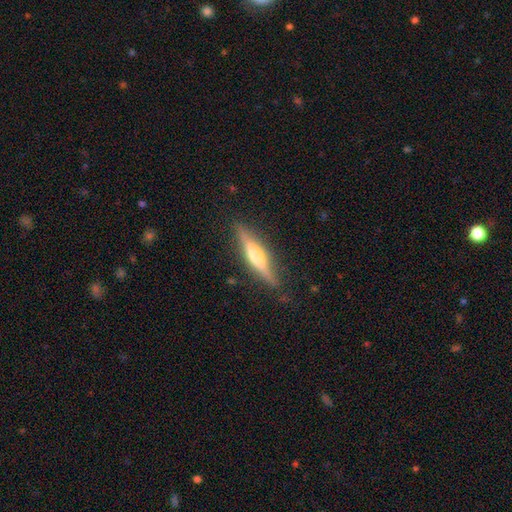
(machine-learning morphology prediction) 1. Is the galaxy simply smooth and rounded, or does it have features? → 65% featured or disk, 29% smooth, 6% star or artifact.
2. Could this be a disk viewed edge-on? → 96% yes, 4% no.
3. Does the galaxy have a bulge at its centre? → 85% rounded, 9% boxy, 7% none.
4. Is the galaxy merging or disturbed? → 85% none, 11% minor disturbance, 2% major disturbance, 1% merger.